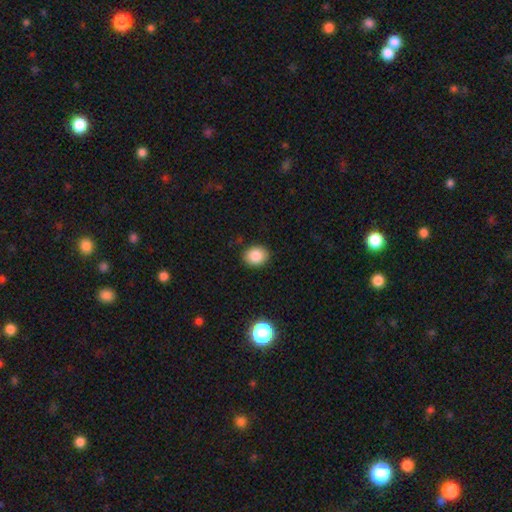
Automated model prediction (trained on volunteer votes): This appears to be a smooth galaxy with no disk features (85%) that is round (56%). Merging: none (88%).